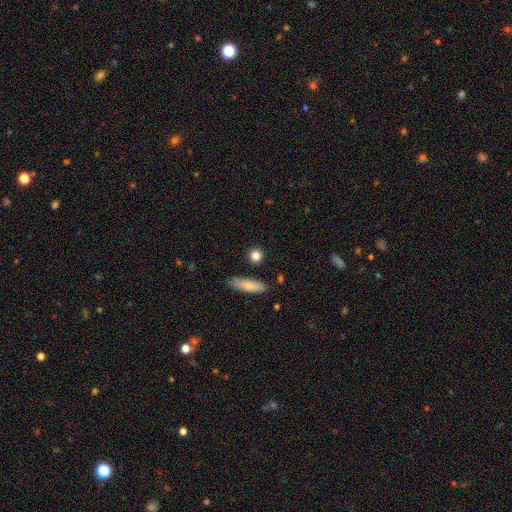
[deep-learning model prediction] smooth_or_featured: smooth (p=0.83) [alt: star or artifact p=0.09]
how_rounded: round (p=0.67) [alt: in between p=0.17]
merging: none (p=0.86) [alt: minor disturbance p=0.08]